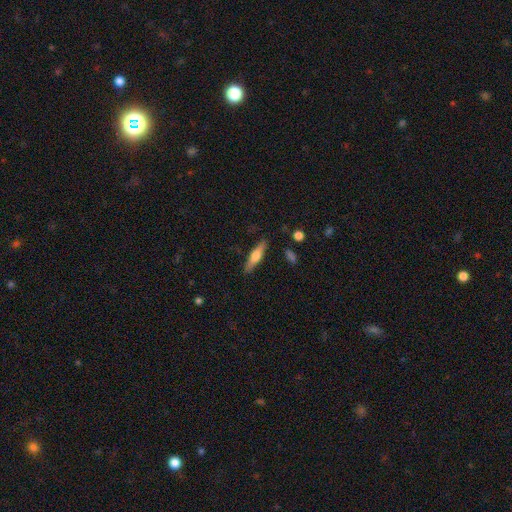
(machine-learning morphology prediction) type=smooth (48%); merging=none (87%).